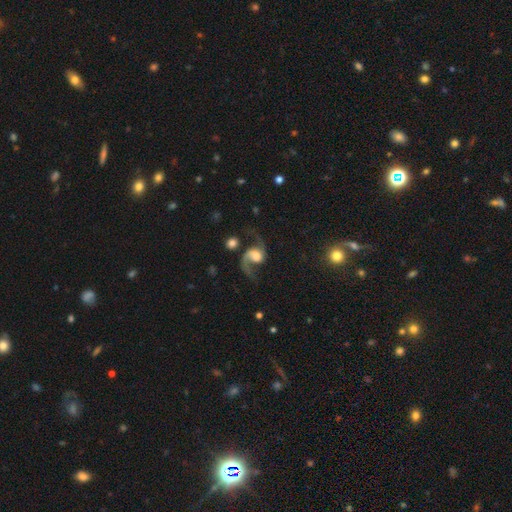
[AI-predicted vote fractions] Morphology: type=featured or disk (85%); edge-on=no (98%); bar=no (61%); spiral arms=yes (96%); winding=loose (71%); arm count=2 (87%); bulge=moderate (49%); merging=none (63%).